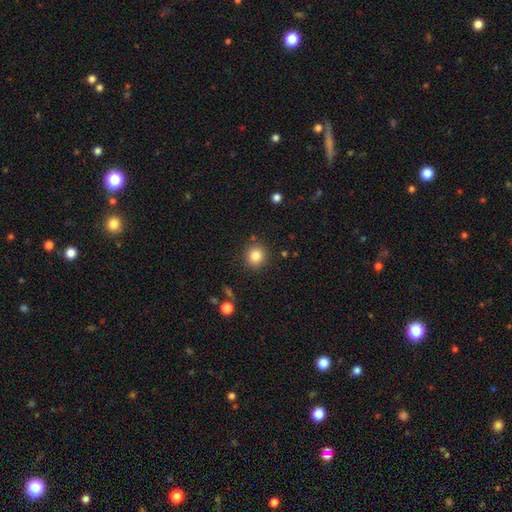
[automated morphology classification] The model was most divided on "smooth or featured": smooth: 83%, star or artifact: 11%, featured or disk: 6%. More confident: merging — none (88%); how rounded — round (86%).